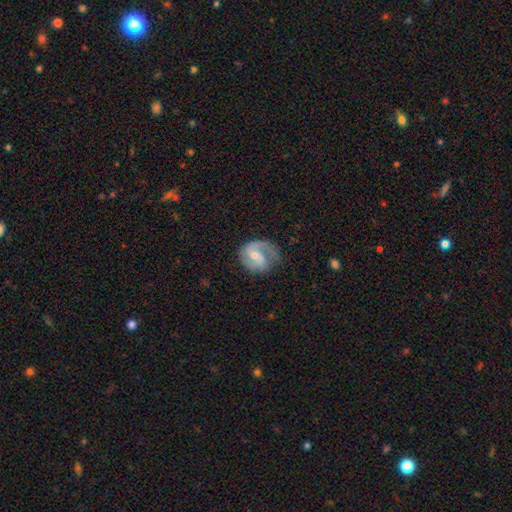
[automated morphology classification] Smooth or featured? Predicted: featured or disk (p=0.78). Edge-on disk? Predicted: no (p=0.98). Bar? Predicted: weak (p=0.47). Spiral arms? Predicted: yes (p=0.94). Spiral winding? Predicted: medium (p=0.48). Spiral arm count? Predicted: 2 (p=0.63). Bulge size? Predicted: moderate (p=0.50). Merging? Predicted: none (p=0.56).